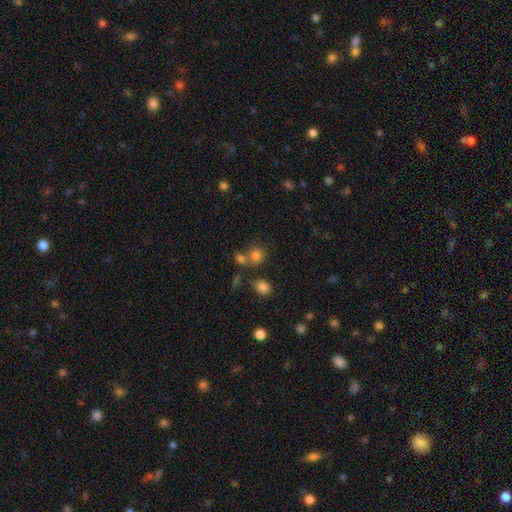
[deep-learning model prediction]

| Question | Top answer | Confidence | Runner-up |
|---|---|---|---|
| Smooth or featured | smooth | 78% | star or artifact (13%) |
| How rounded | round | 74% | in between (25%) |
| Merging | none | 51% | merger (33%) |